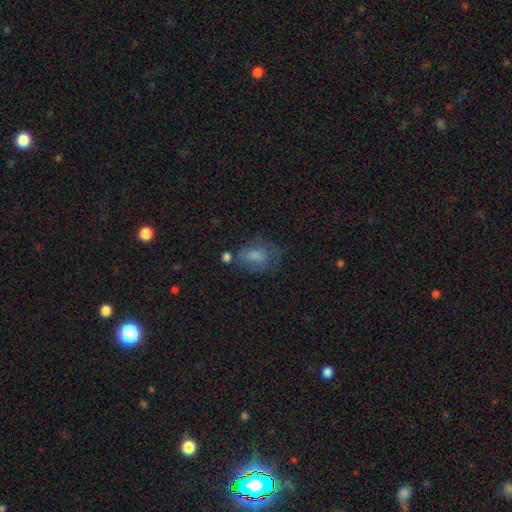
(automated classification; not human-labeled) A smooth galaxy with no disk features (62%) that is in between round and cigar-shaped (72%).

Vote fractions:
- Smooth or featured? smooth: 62% / featured or disk: 27% / star or artifact: 11%
- How rounded? in between: 72% / round: 26% / cigar-shaped: 2%
- Merging? none: 47% / minor disturbance: 25% / major disturbance: 19% / merger: 9%